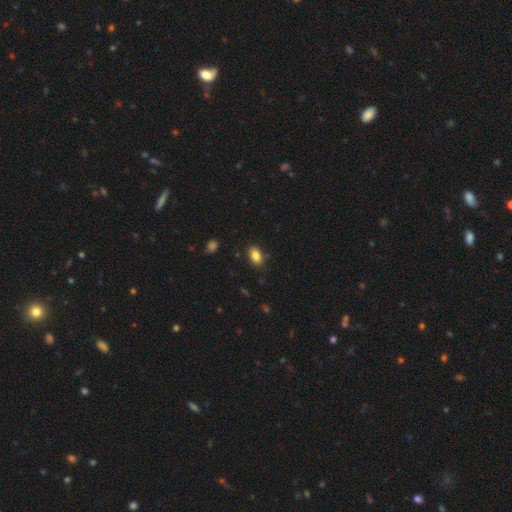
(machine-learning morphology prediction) Overall: smooth (85%). How rounded: in between (89%). Merging: none (85%).